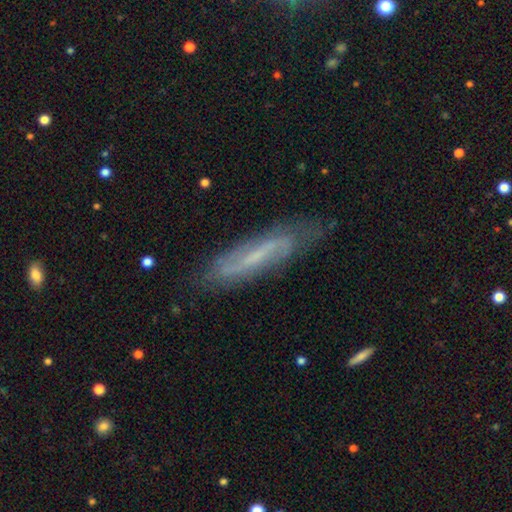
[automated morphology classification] Smooth or featured: featured or disk — 69% (smooth — 23%)
Edge-on disk: no — 66% (yes — 34%)
Merging: none — 75% (minor disturbance — 18%)